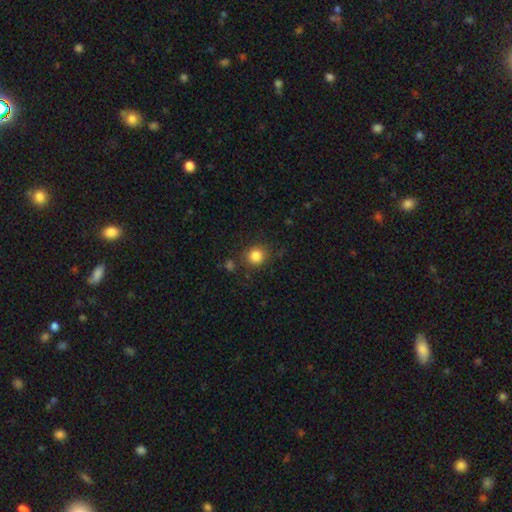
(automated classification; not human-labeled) smooth_or_featured: smooth (p=0.84) [alt: star or artifact p=0.11]
how_rounded: round (p=0.85) [alt: in between p=0.14]
merging: none (p=0.82) [alt: minor disturbance p=0.11]